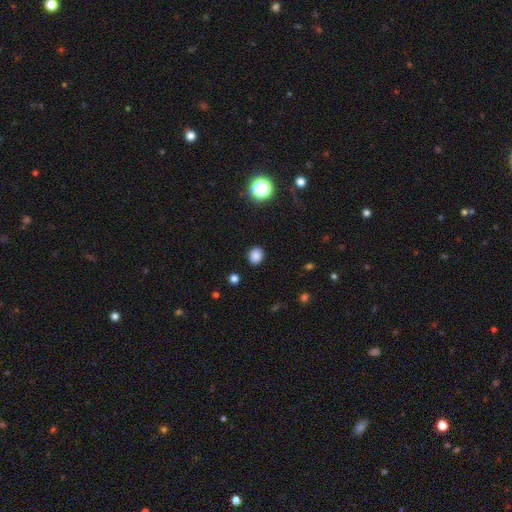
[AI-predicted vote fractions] Smooth or featured? smooth (84%)
How rounded? round (61%)
Merging? none (89%)